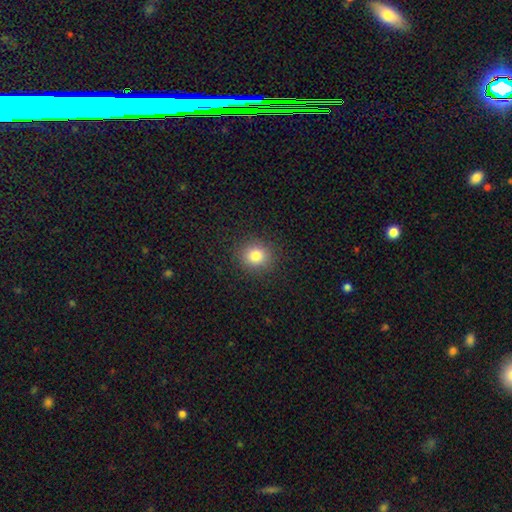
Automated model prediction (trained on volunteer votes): Overall: smooth (82%). How rounded: round (84%). Merging: none (90%).